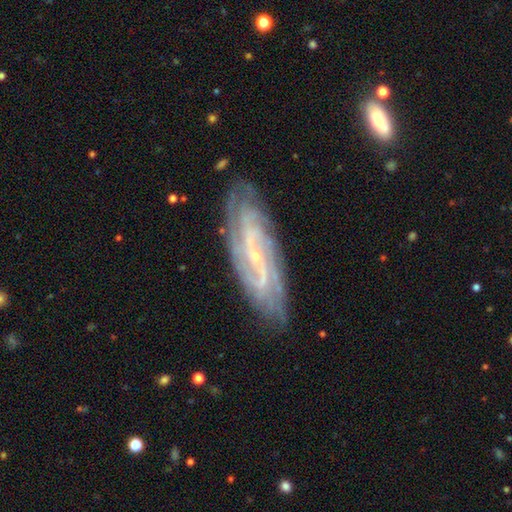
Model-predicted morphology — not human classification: Smooth or featured? Predicted: featured or disk (p=0.87). Edge-on disk? Predicted: no (p=0.88). Bar? Predicted: weak (p=0.39). Spiral arms? Predicted: yes (p=0.96). Spiral winding? Predicted: tight (p=0.50). Spiral arm count? Predicted: 2 (p=0.31). Bulge size? Predicted: small (p=0.82). Merging? Predicted: none (p=0.81).